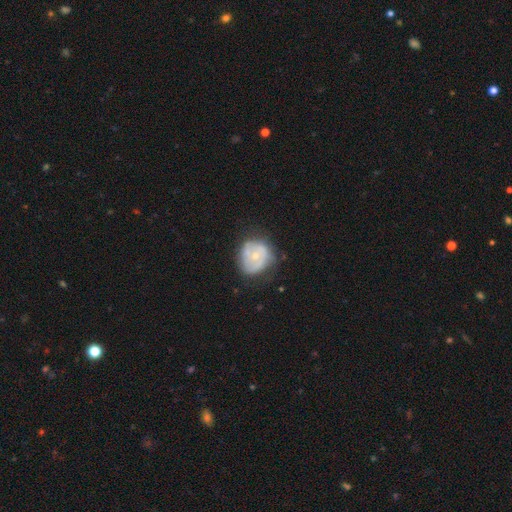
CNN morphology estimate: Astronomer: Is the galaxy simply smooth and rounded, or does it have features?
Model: featured or disk — 54% (runner-up: smooth, 39%).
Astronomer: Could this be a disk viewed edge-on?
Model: no — 97%.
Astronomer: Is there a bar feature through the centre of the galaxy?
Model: no — 84%.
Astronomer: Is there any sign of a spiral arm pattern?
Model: no — 55% (runner-up: yes, 45%).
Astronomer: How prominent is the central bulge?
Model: small — 52% (runner-up: moderate, 43%).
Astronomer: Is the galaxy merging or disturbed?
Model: none — 52% (runner-up: minor disturbance, 31%).